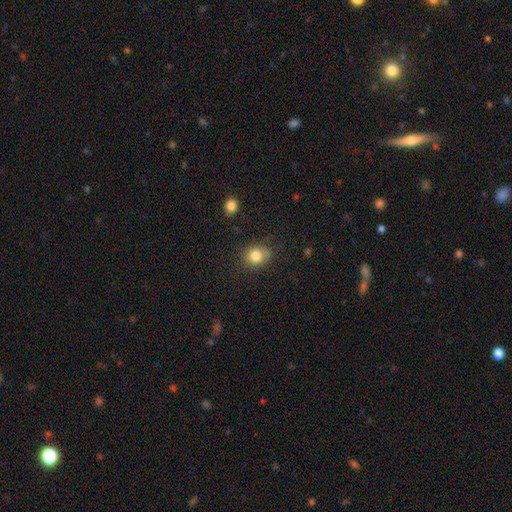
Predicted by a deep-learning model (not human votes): A smooth galaxy with no disk features (82%) that is round (73%).

Vote fractions:
- Smooth or featured? smooth: 82% / star or artifact: 11% / featured or disk: 7%
- How rounded? round: 73% / in between: 26% / cigar-shaped: 1%
- Merging? none: 73% / minor disturbance: 19% / major disturbance: 5% / merger: 3%